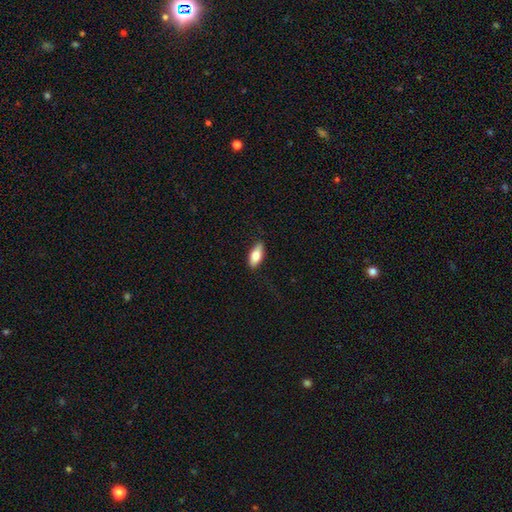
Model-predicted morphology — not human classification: Smooth or featured: smooth — 78% (featured or disk — 16%)
How rounded: in between — 83% (cigar-shaped — 14%)
Merging: none — 83% (minor disturbance — 13%)